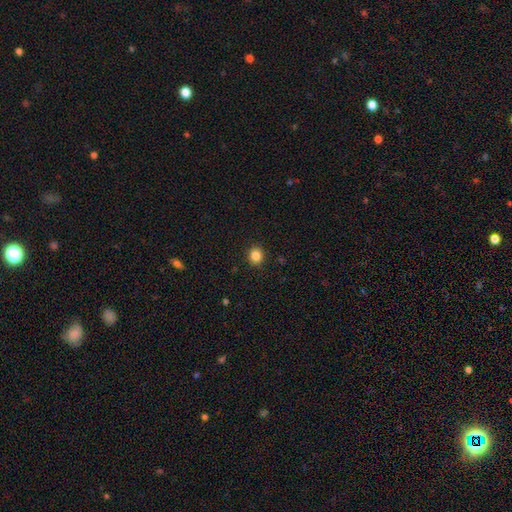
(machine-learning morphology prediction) This is clearly a smooth galaxy (85%). How rounded: clearly round (83%). Merging: clearly none (91%).